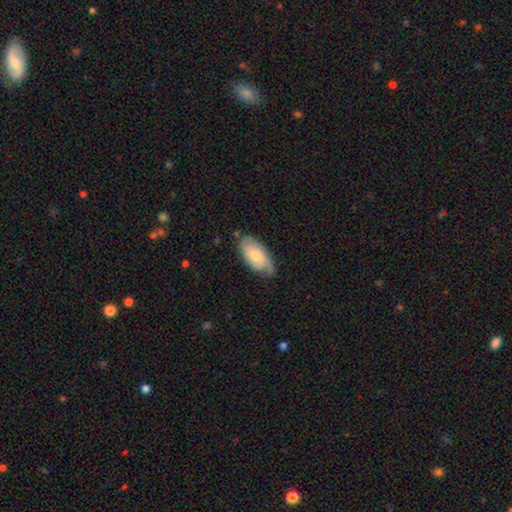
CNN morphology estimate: type=smooth (51%); roundness=in between (92%); merging=none (66%).